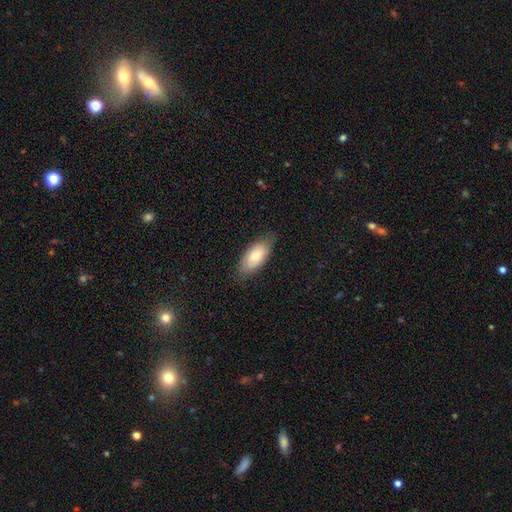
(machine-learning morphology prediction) Smooth or featured: smooth — 71% (featured or disk — 23%)
How rounded: in between — 88% (cigar-shaped — 9%)
Merging: none — 79% (minor disturbance — 17%)